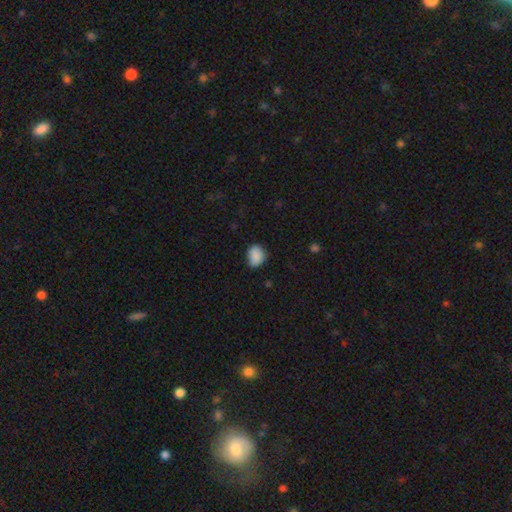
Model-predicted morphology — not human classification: This appears to be a smooth galaxy with no disk features (87%) that is in between round and cigar-shaped (59%). Merging: none (70%).